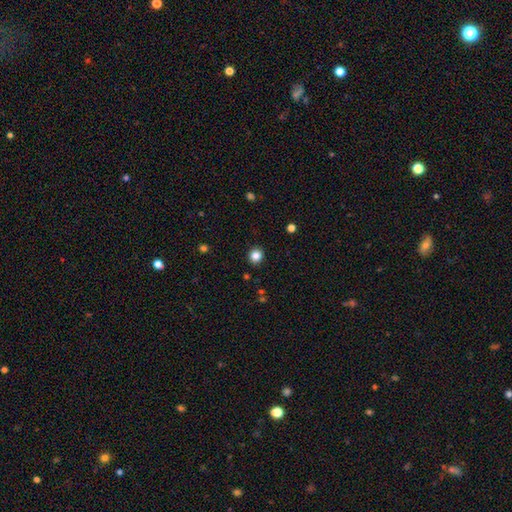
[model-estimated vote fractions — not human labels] This appears to be a smooth galaxy with no disk features (84%) that is round (86%). Merging: none (91%).